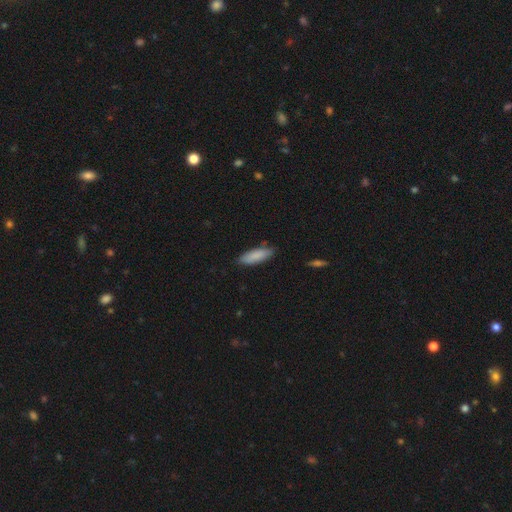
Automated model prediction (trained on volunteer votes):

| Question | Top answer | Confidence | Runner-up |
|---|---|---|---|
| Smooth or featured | smooth | 86% | featured or disk (9%) |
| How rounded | in between | 56% | cigar-shaped (42%) |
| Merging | none | 80% | minor disturbance (16%) |